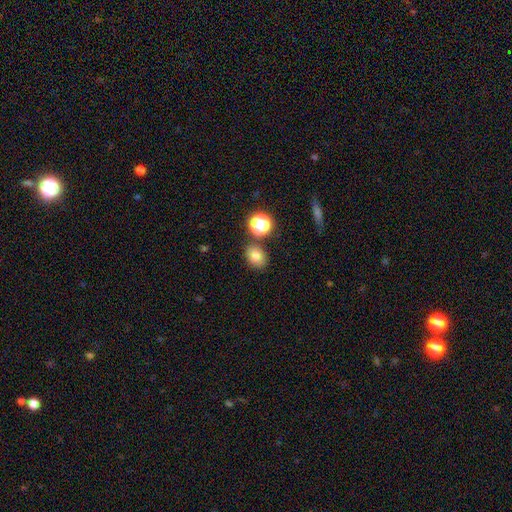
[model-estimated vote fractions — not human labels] Smooth or featured?
  - smooth: 77% *
  - star or artifact: 14%
  - featured or disk: 9%
How rounded?
  - in between: 56% *
  - round: 43%
  - cigar-shaped: 1%
Merging?
  - none: 79% *
  - minor disturbance: 11%
  - merger: 8%
  - major disturbance: 3%